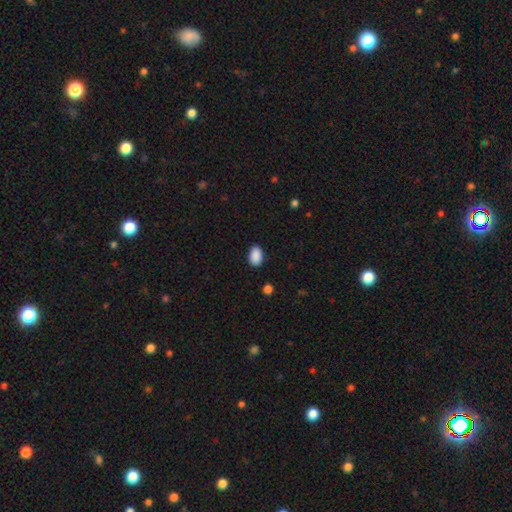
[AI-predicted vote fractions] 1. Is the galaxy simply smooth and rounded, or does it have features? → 90% smooth, 7% star or artifact, 3% featured or disk.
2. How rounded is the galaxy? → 91% in between, 8% round, 1% cigar-shaped.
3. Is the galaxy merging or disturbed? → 89% none, 8% minor disturbance, 2% major disturbance, 1% merger.